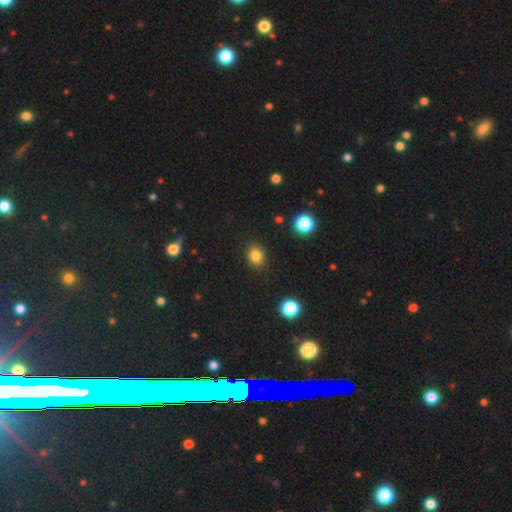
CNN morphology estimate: Overall: smooth (84%). How rounded: round (59%; in between 41%). Merging: none (88%).